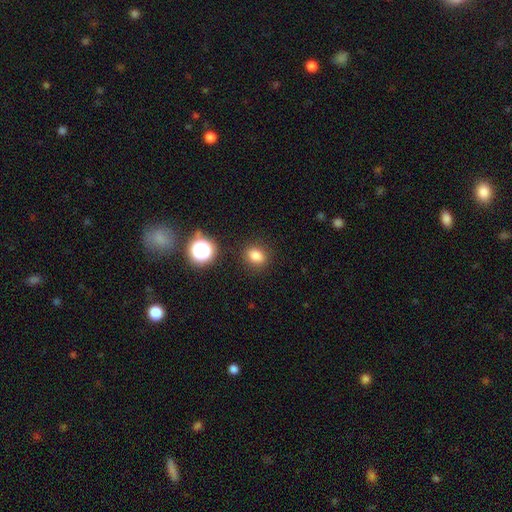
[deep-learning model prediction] This appears to be a smooth galaxy with no disk features (80%) that is round (50%). Merging: none (86%).